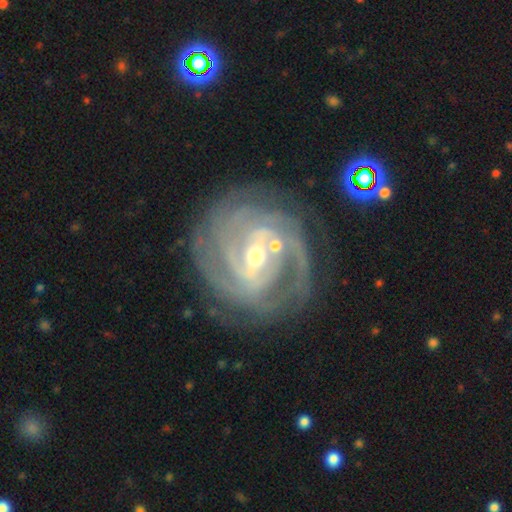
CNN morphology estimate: Overall: featured or disk (91%). Edge-on disk: no (97%). Bar: strong (46%; weak 40%). Spiral arms: yes (98%). Spiral arm count: 3 (29%; 4 22%). Spiral winding: tight (71%). Bulge size: moderate (48%, tied with small). Merging: none (76%).